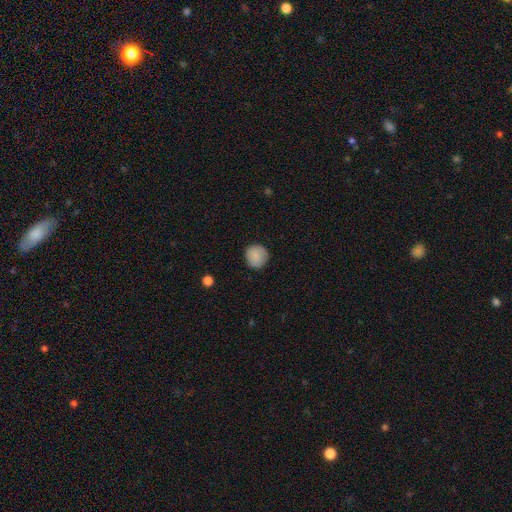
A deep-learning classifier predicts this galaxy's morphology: smooth 88%, star or artifact 7%, featured or disk 5%. Down the decision tree: how rounded — round (93%); merging — none (88%).